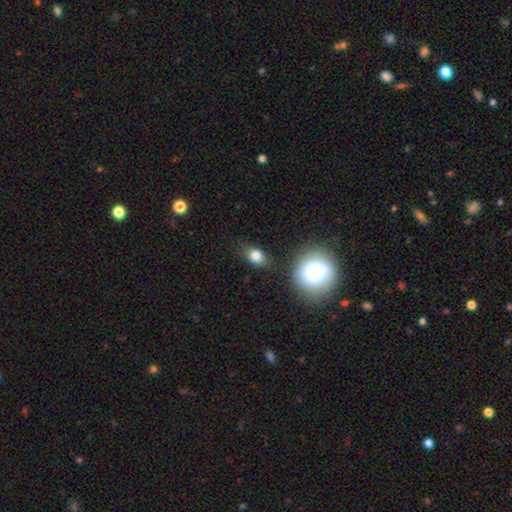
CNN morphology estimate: smooth 81%, star or artifact 10%, featured or disk 9%. Down the decision tree: how rounded — in between (67%); merging — none (71%).